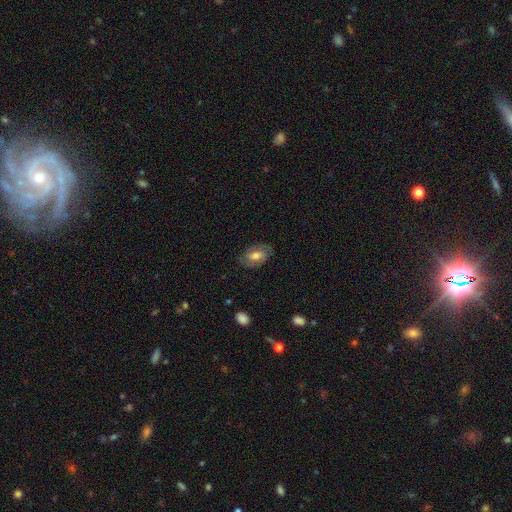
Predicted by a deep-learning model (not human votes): Q: Smooth or featured?
A: featured or disk (51%); runner-up: smooth (42%)
Q: Edge-on disk?
A: no (94%); runner-up: yes (6%)
Q: Merging?
A: none (79%); runner-up: minor disturbance (15%)